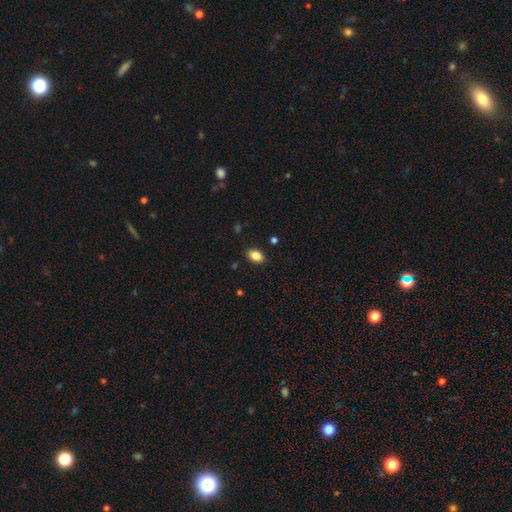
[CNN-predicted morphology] Smooth or featured? smooth (86%)
How rounded? in between (87%)
Merging? none (88%)